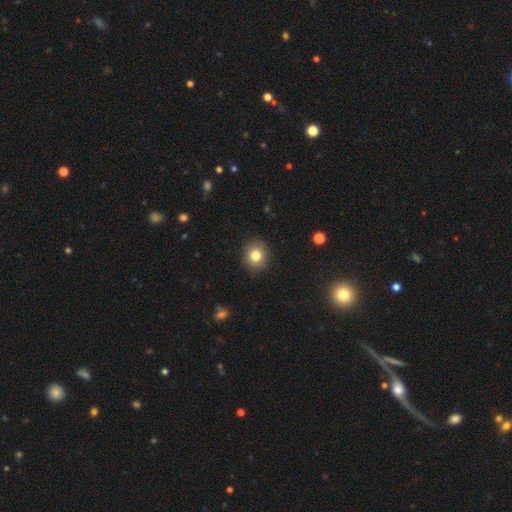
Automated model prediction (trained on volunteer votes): Overall: smooth (80%). How rounded: round (81%). Merging: none (90%).